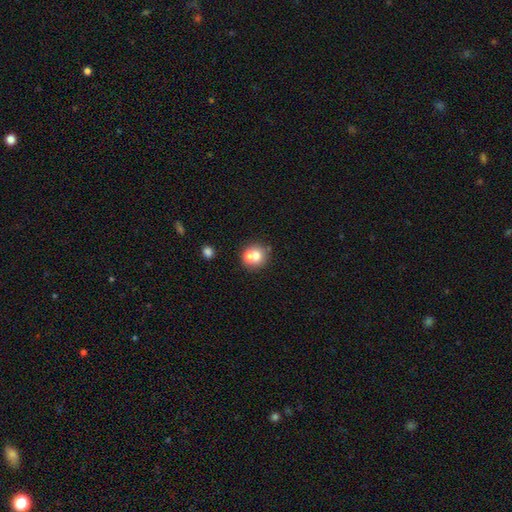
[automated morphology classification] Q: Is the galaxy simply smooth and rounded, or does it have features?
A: smooth — 67%.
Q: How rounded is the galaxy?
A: round — 83%.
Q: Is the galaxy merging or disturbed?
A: merger — 47%.